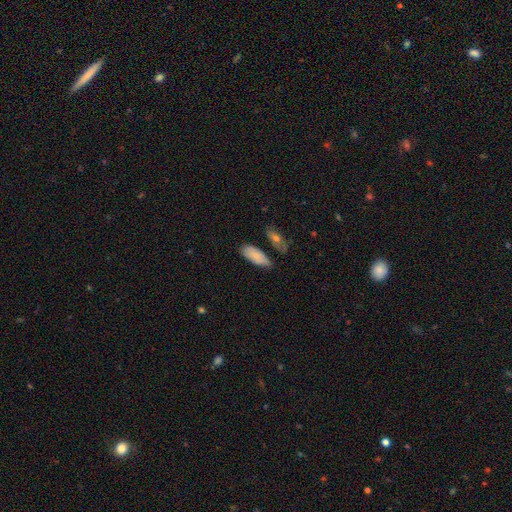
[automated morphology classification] A smooth galaxy with no disk features (79%) that is in between round and cigar-shaped (85%).

Vote fractions:
- Smooth or featured? smooth: 79% / featured or disk: 15% / star or artifact: 6%
- How rounded? in between: 85% / cigar-shaped: 13% / round: 2%
- Merging? none: 67% / minor disturbance: 21% / merger: 8% / major disturbance: 4%